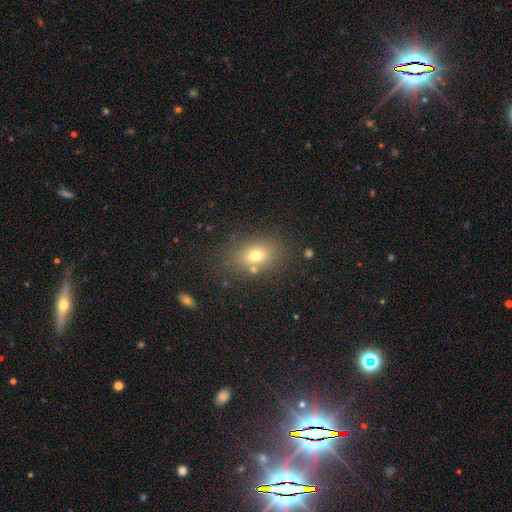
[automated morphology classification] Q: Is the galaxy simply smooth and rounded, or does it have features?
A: smooth — 70%.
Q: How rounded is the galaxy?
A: in between — 70%.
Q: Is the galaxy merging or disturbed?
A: none — 76%.